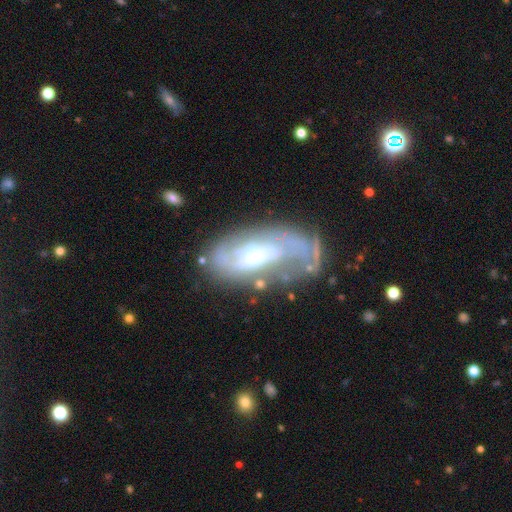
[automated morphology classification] A featured or disk galaxy (74%) with no bar (46%), 2 (41%) medium (37%) spiral arms (78%) and a moderate central bulge (40%, tied with small).

Vote fractions:
- Smooth or featured? featured or disk: 74% / smooth: 19% / star or artifact: 7%
- Edge-on disk? no: 91% / yes: 9%
- Bar? no: 46% / weak: 38% / strong: 16%
- Spiral arms? yes: 78% / no: 22%
- Spiral winding? medium: 37% / tight: 34% / loose: 28%
- Spiral arm count? 2: 41% / can't tell: 34% / 1: 15% / 3: 6% / 4: 3% / more than 4: 2%
- Bulge size? moderate: 40% (tied) / small: 40% (tied) / large: 9% / none: 9% / dominant: 2%
- Merging? none: 53% / minor disturbance: 23% / major disturbance: 19% / merger: 5%